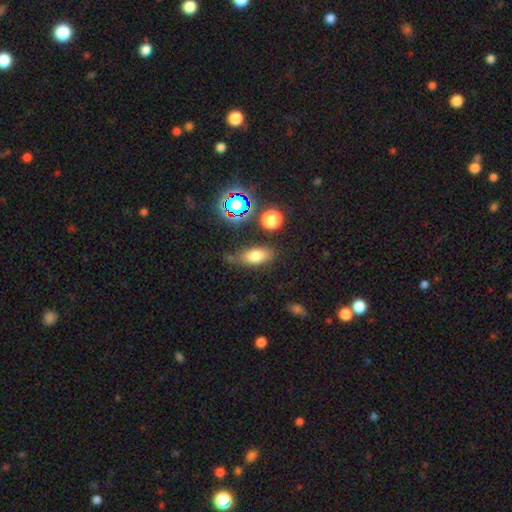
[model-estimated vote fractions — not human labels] smooth 72%, featured or disk 14%, star or artifact 13%. Down the decision tree: how rounded — in between (79%); merging — none (68%).